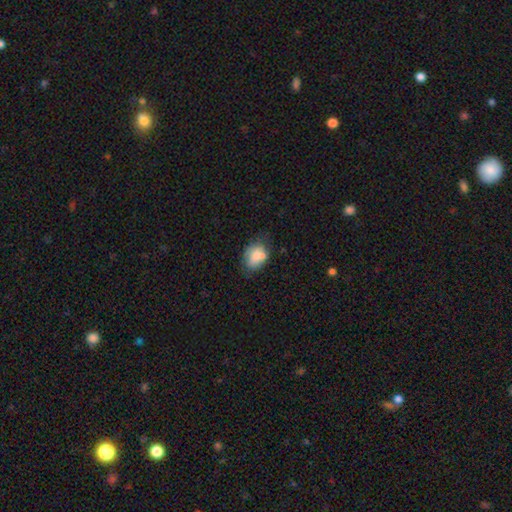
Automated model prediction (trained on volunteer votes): smooth_or_featured: smooth (p=0.73) [alt: featured or disk p=0.18]
how_rounded: in between (p=0.73) [alt: round p=0.26]
merging: none (p=0.49) [alt: minor disturbance p=0.27]